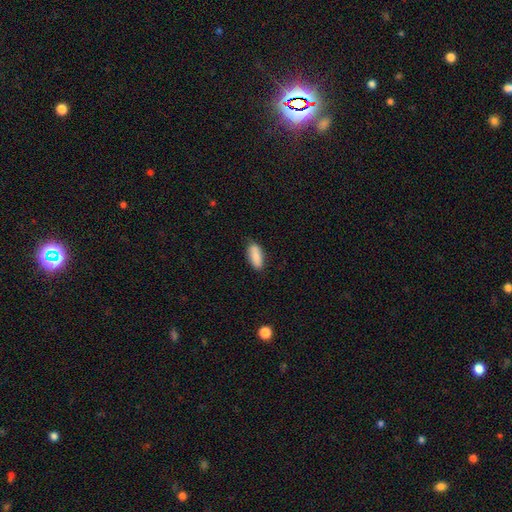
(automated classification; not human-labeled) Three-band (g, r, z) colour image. It shows a smooth galaxy with no disk features (85%) that is in between round and cigar-shaped (80%). Merging: none (80%).